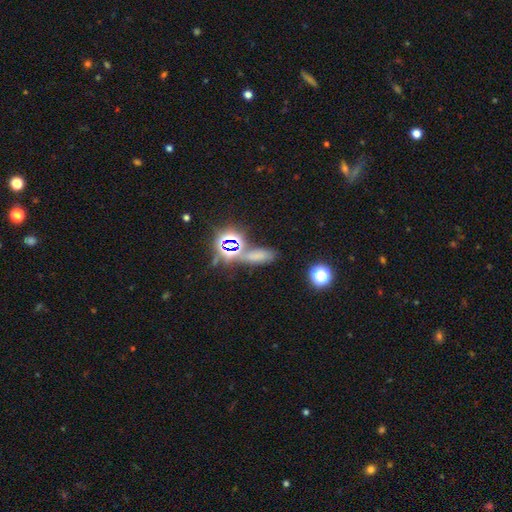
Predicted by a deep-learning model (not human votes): Smooth or featured? Predicted: smooth (p=0.48). Merging? Predicted: none (p=0.59).